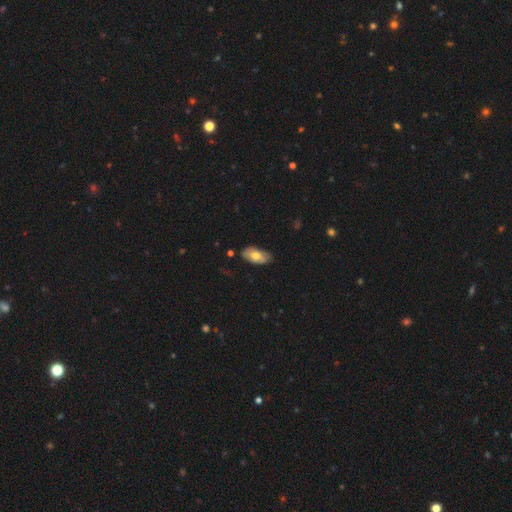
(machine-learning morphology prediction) A smooth galaxy with no disk features (67%) that is in between round and cigar-shaped (93%).

Vote fractions:
- Smooth or featured? smooth: 67% / featured or disk: 27% / star or artifact: 6%
- How rounded? in between: 93% / cigar-shaped: 4% / round: 3%
- Merging? none: 80% / minor disturbance: 16% / major disturbance: 3% / merger: 2%